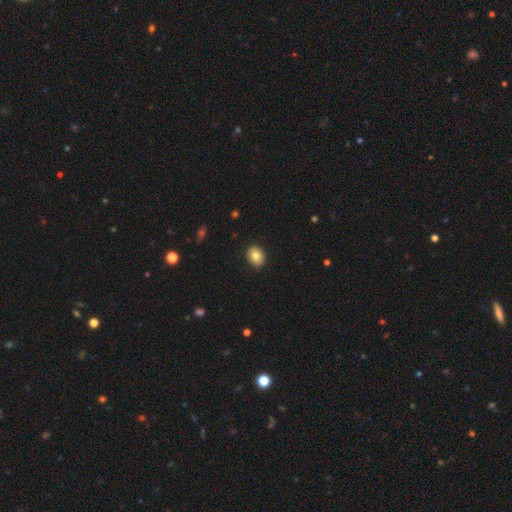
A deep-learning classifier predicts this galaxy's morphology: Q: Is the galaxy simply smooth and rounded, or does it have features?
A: smooth — 81%.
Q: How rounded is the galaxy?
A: round — 51%.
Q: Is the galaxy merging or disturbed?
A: none — 90%.